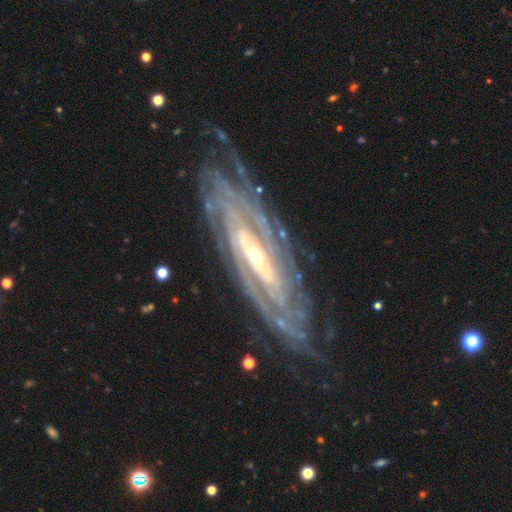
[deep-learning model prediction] A featured or disk galaxy (92%) with no bar (45%), tight (76%) spiral arms (98%) and a small central bulge (53%).

Vote fractions:
- Smooth or featured? featured or disk: 92% / star or artifact: 4% / smooth: 4%
- Edge-on disk? no: 88% / yes: 12%
- Bar? no: 45% / weak: 28% / strong: 27%
- Spiral arms? yes: 98% / no: 2%
- Spiral winding? tight: 76% / medium: 20% / loose: 4%
- Spiral arm count? can't tell: 26% / 2: 24% / 3: 16% / 4: 14% / more than 4: 12% / 1: 7%
- Bulge size? small: 53% / moderate: 42% / large: 3% / none: 1% / dominant: 1%
- Merging? none: 75% / minor disturbance: 17% / major disturbance: 6% / merger: 2%